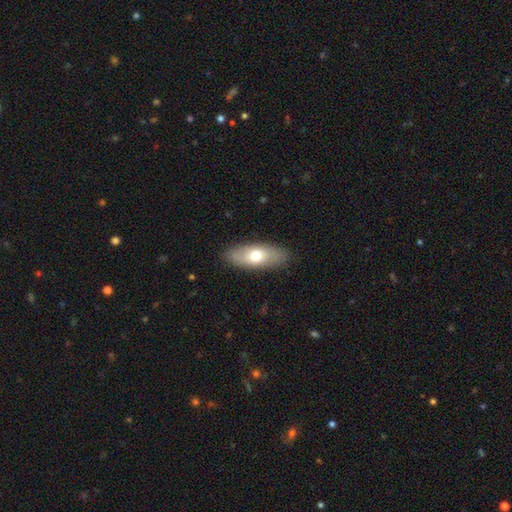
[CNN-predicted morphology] Overall: smooth (66%; featured or disk 29%). How rounded: in between (76%). Merging: none (86%).